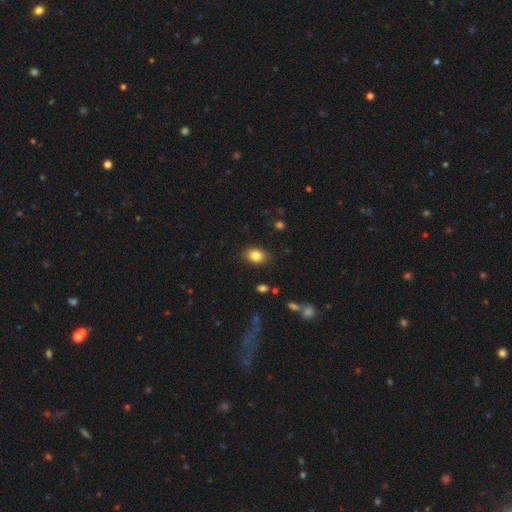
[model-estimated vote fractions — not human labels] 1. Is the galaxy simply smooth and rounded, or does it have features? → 83% smooth, 10% star or artifact, 7% featured or disk.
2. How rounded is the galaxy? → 69% in between, 29% round, 1% cigar-shaped.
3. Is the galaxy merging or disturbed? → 87% none, 10% minor disturbance, 2% major disturbance, 1% merger.